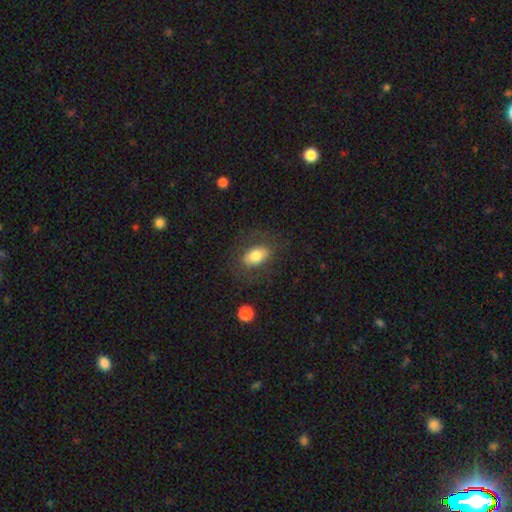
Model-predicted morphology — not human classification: Q: Smooth or featured?
A: smooth (74%); runner-up: featured or disk (18%)
Q: How rounded?
A: in between (87%); runner-up: round (10%)
Q: Merging?
A: none (78%); runner-up: minor disturbance (13%)